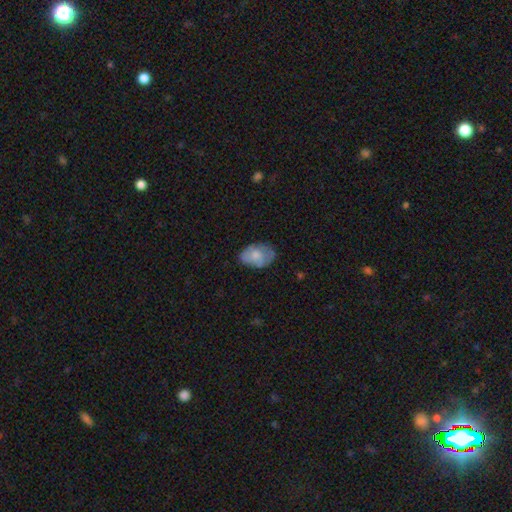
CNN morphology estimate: Q: Smooth or featured?
A: smooth (70%); runner-up: featured or disk (23%)
Q: How rounded?
A: in between (88%); runner-up: round (11%)
Q: Merging?
A: none (63%); runner-up: minor disturbance (28%)